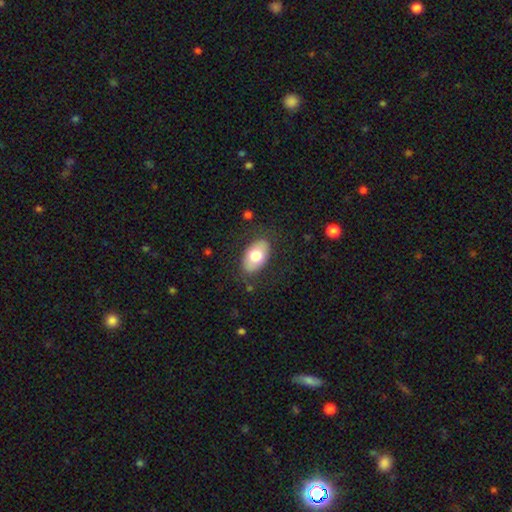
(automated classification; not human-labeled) This is likely a smooth galaxy (73%). How rounded: clearly in between (93%). Merging: clearly none (80%).